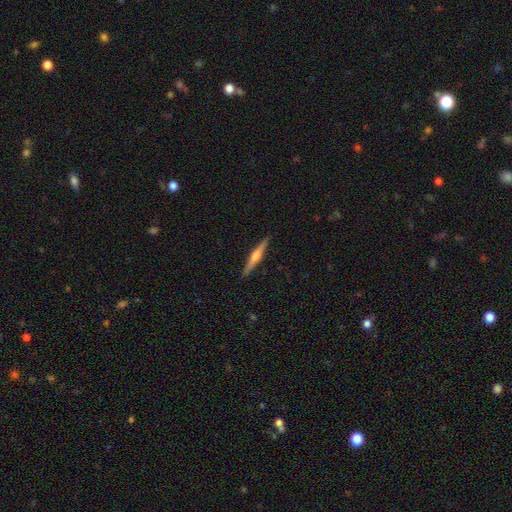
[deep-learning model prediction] A featured or disk galaxy (66%) viewed edge-on (98%) with a rounded central bulge (83%). Merging: none (91%).